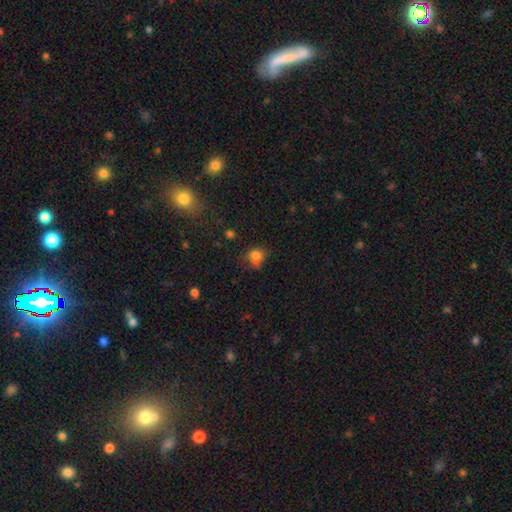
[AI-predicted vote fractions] Q: Smooth or featured?
A: smooth (79%); runner-up: star or artifact (14%)
Q: How rounded?
A: round (67%); runner-up: in between (32%)
Q: Merging?
A: none (50%); runner-up: minor disturbance (32%)